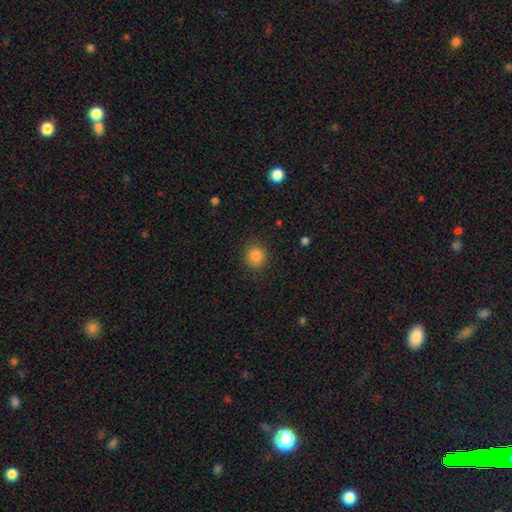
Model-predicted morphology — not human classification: A smooth galaxy with no disk features (85%) that is round (90%). Merging: none (89%).